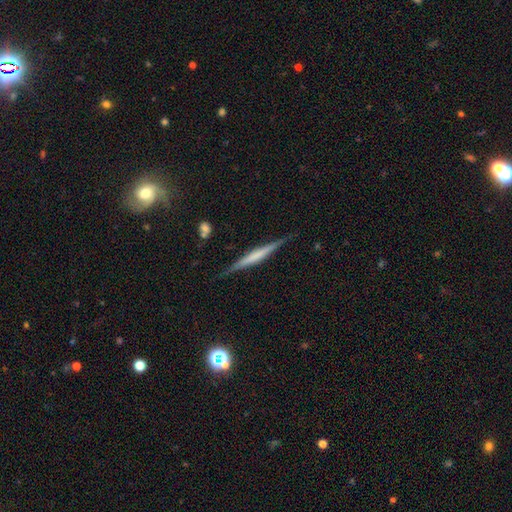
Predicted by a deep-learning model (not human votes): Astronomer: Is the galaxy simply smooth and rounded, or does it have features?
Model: featured or disk — 62%.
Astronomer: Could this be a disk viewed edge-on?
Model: yes — 97%.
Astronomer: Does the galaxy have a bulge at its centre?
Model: none — 49% (runner-up: boxy, 27%).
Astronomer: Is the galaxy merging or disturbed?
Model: none — 86%.